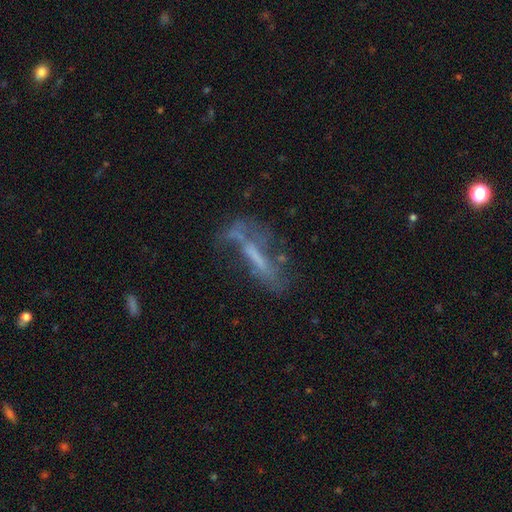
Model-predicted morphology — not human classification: Smooth or featured?
  - featured or disk: 56% *
  - smooth: 31%
  - star or artifact: 13%
Edge-on disk?
  - no: 64% *
  - yes: 36%
Merging?
  - none: 42% *
  - major disturbance: 28%
  - minor disturbance: 22%
  - merger: 8%